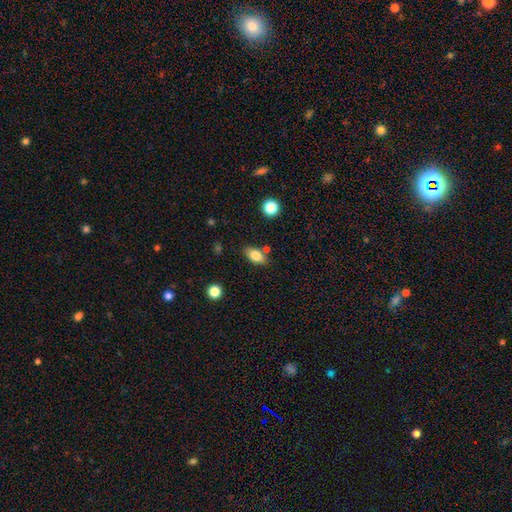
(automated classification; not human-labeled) Overall: smooth (80%). How rounded: in between (88%). Merging: none (76%).